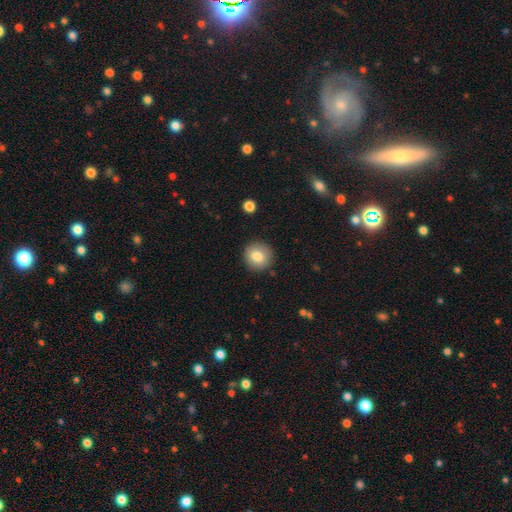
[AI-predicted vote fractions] A smooth galaxy with no disk features (81%) that is round (90%).

Vote fractions:
- Smooth or featured? smooth: 81% / featured or disk: 10% / star or artifact: 9%
- How rounded? round: 90% / in between: 9% / cigar-shaped: 1%
- Merging? none: 89% / minor disturbance: 8% / major disturbance: 2% / merger: 1%